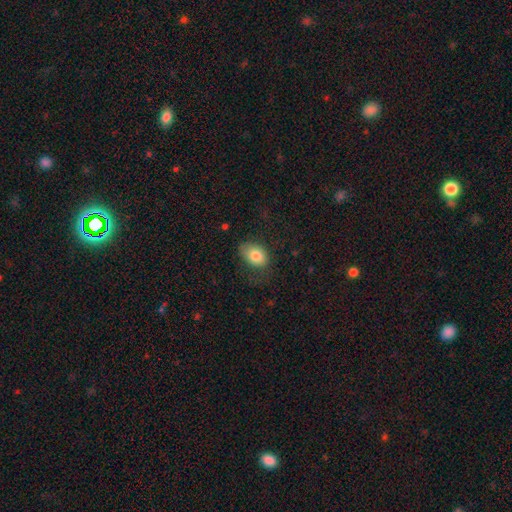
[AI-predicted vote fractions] smooth-or-featured: smooth: 81% | featured or disk: 11% | star or artifact: 8%
  how-rounded: in between: 83% | round: 16% | cigar-shaped: 1%
  merging: none: 59% | minor disturbance: 27% | major disturbance: 13% | merger: 1%